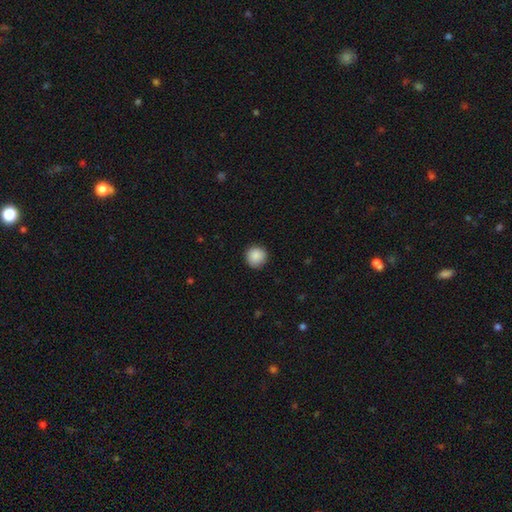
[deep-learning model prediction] Morphology: type=smooth (89%); roundness=round (95%); merging=none (89%).